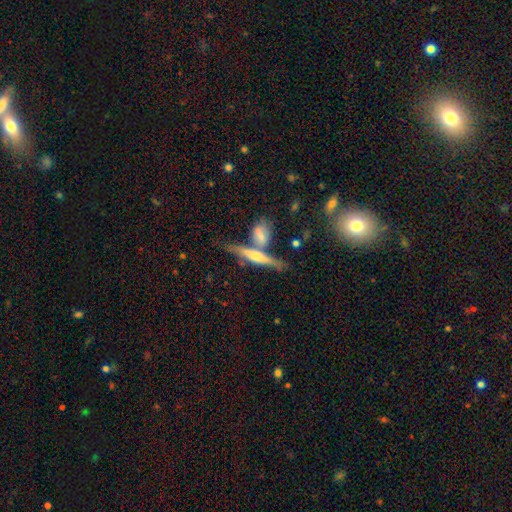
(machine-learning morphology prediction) This is likely a featured or disk galaxy (61%). It is clearly viewed edge-on (93%). Edge-on bulge: likely rounded (77%). Merging: possibly none (56%).